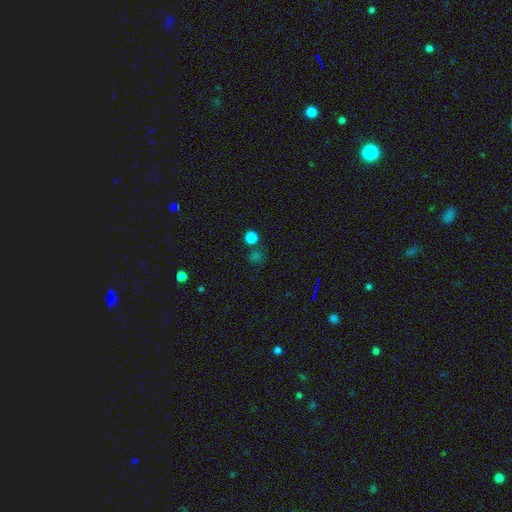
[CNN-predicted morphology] Overall: smooth (51%; star or artifact 42%). How rounded: round (86%). Merging: none (75%).